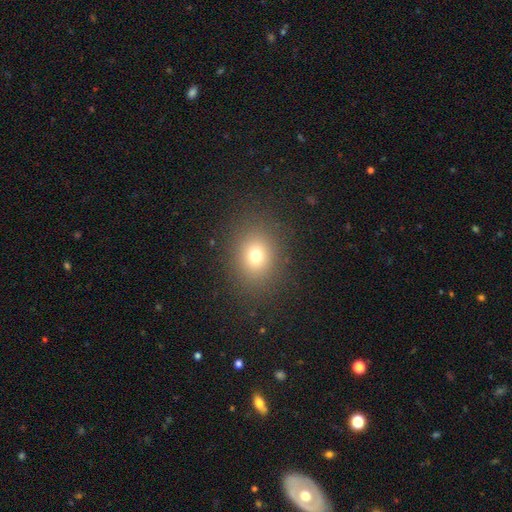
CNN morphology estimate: The model was most divided on "how rounded": round: 54%, in between: 45%, cigar-shaped: 1%. More confident: merging — none (87%); smooth or featured — smooth (73%).